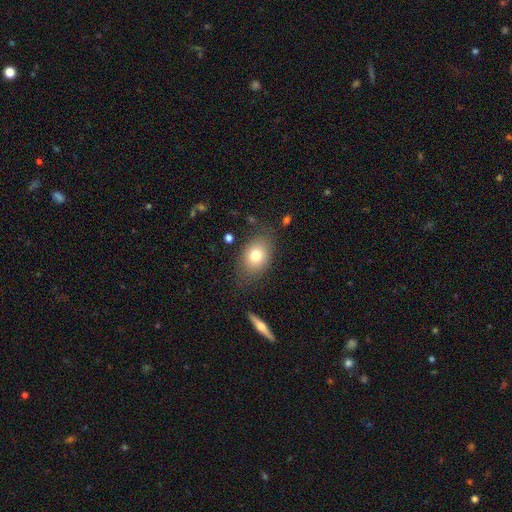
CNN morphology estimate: The model was most divided on "how rounded": in between: 75%, round: 24%, cigar-shaped: 1%. More confident: merging — none (77%); smooth or featured — smooth (77%).